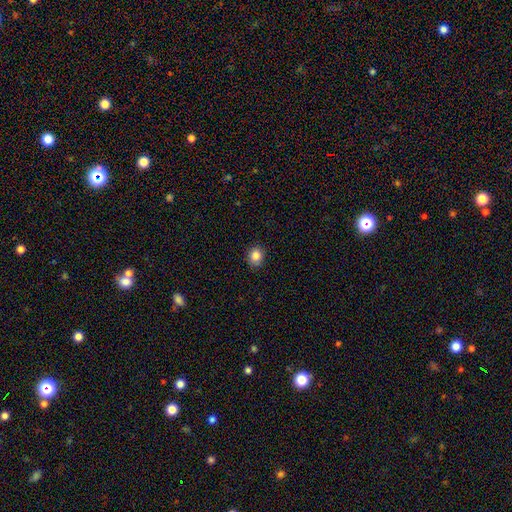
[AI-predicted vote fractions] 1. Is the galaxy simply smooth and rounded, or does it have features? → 85% smooth, 10% star or artifact, 5% featured or disk.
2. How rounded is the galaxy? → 65% round, 34% in between, 1% cigar-shaped.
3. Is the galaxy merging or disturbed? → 85% none, 12% minor disturbance, 2% major disturbance, 1% merger.